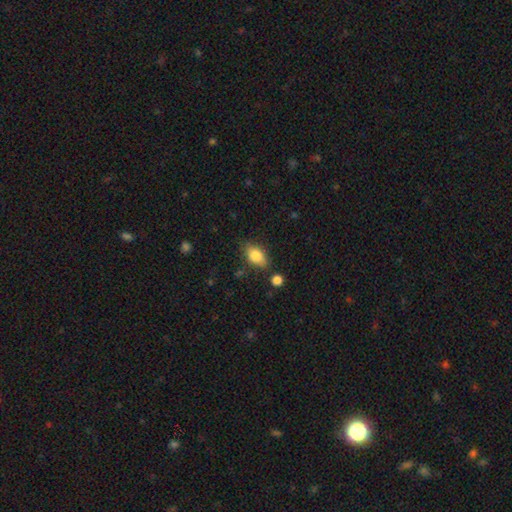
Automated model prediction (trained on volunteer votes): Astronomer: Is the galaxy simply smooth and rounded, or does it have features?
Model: smooth — 82%.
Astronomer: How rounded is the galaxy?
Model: in between — 87%.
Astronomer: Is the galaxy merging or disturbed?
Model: none — 75%.